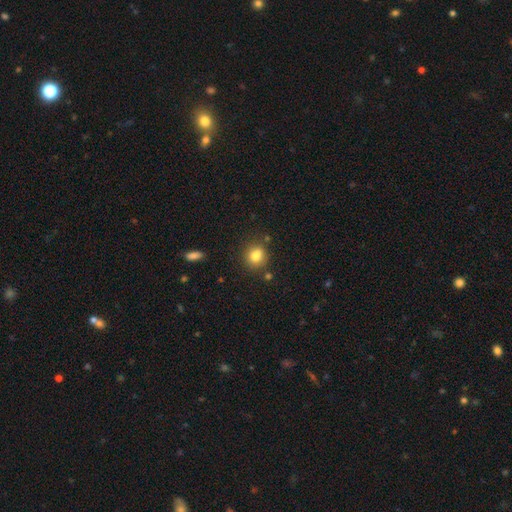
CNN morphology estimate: Q: Smooth or featured?
A: smooth (81%); runner-up: star or artifact (11%)
Q: How rounded?
A: round (66%); runner-up: in between (33%)
Q: Merging?
A: none (77%); runner-up: minor disturbance (13%)